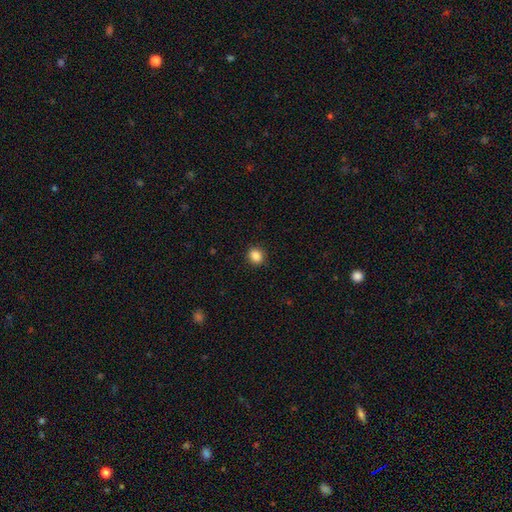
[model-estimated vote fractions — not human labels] This appears to be a smooth galaxy with no disk features (86%) that is round (82%). Merging: none (91%).